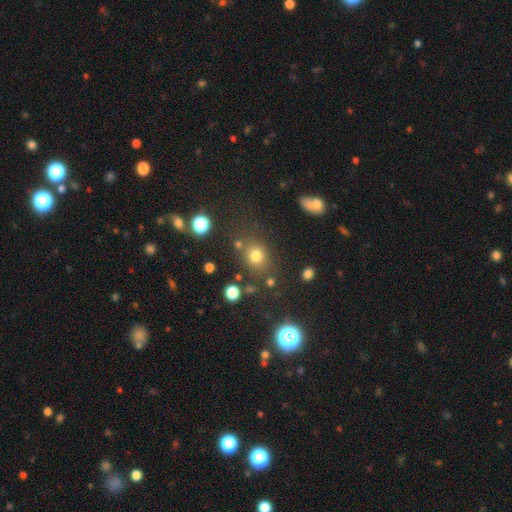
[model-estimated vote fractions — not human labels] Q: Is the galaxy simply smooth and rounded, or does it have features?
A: smooth — 74%.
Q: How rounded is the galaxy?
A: round — 64%.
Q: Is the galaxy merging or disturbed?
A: none — 72%.